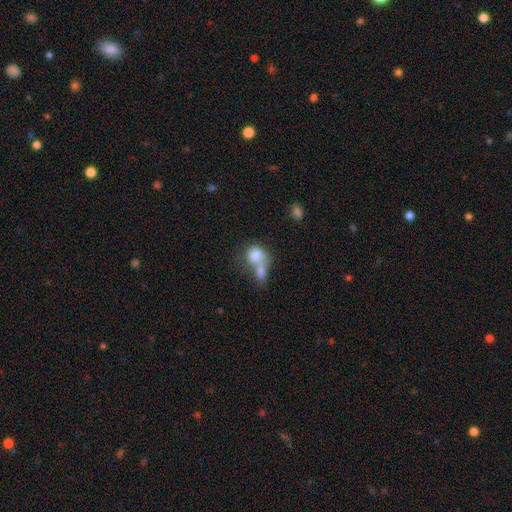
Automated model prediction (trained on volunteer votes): The model was most divided on "how rounded" (2-way tie): round: 49%, in between: 49%, cigar-shaped: 2%. More confident: smooth or featured — smooth (79%); merging — merger (66%).